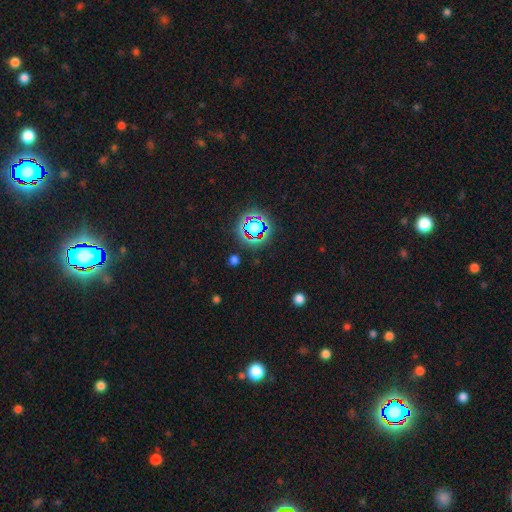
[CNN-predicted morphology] star or artifact 77%, smooth 15%, featured or disk 8%.